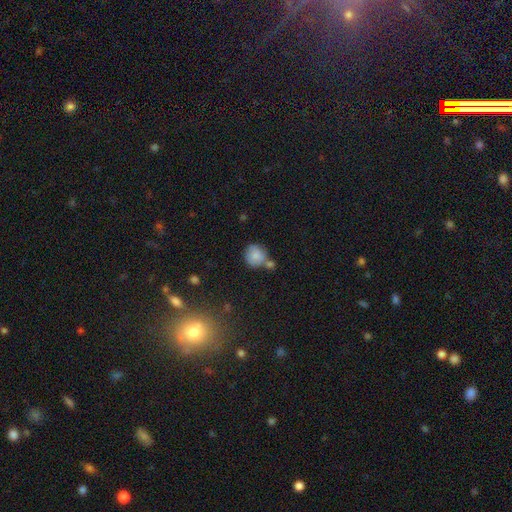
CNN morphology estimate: Overall: smooth (81%). How rounded: round (86%). Merging: none (50%; merger 28%).